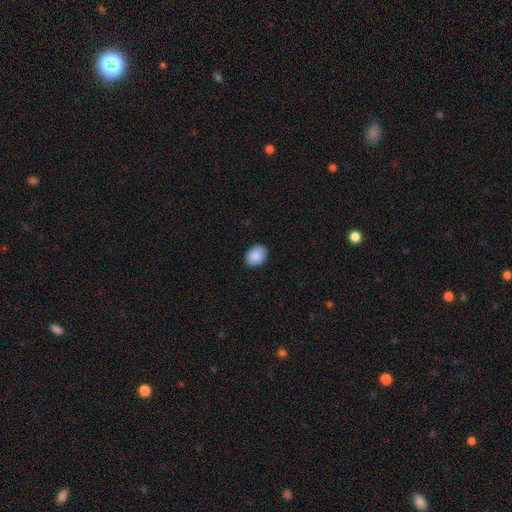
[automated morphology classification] Smooth or featured?
  - smooth: 90% *
  - star or artifact: 7%
  - featured or disk: 3%
How rounded?
  - in between: 65% *
  - round: 34%
  - cigar-shaped: 1%
Merging?
  - none: 88% *
  - minor disturbance: 9%
  - major disturbance: 2%
  - merger: 1%